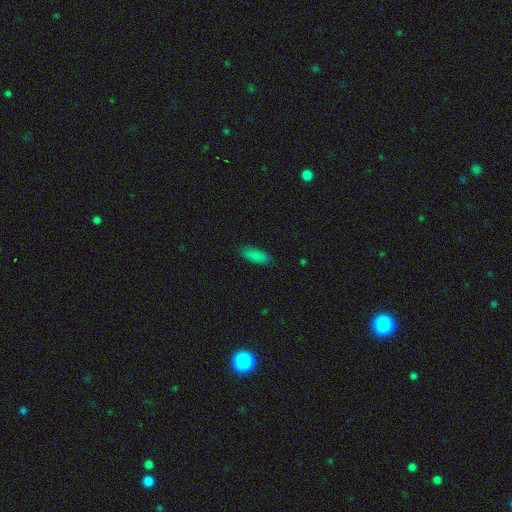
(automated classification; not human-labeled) This appears to be a smooth galaxy with no disk features (86%) that is in between round and cigar-shaped (77%). Merging: none (86%).